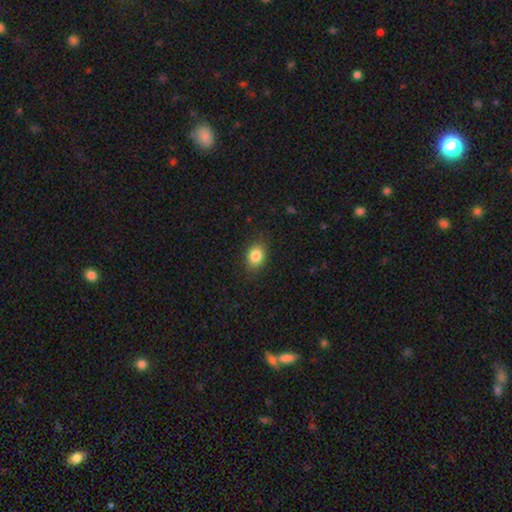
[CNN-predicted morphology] Q: Smooth or featured?
A: smooth (85%); runner-up: star or artifact (9%)
Q: How rounded?
A: in between (64%); runner-up: round (34%)
Q: Merging?
A: none (85%); runner-up: minor disturbance (11%)